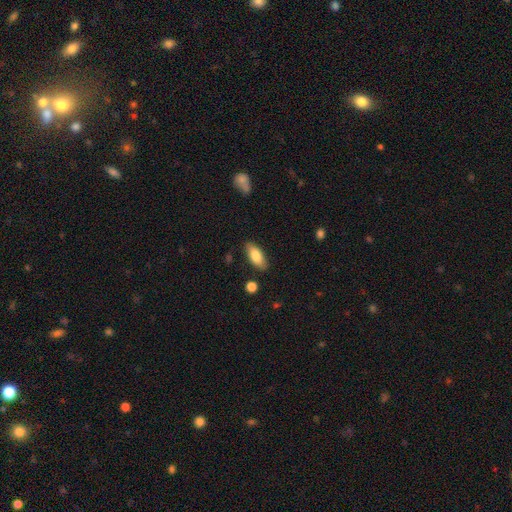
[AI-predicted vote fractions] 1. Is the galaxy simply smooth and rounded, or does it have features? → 81% smooth, 12% featured or disk, 6% star or artifact.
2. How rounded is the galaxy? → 83% in between, 15% cigar-shaped, 2% round.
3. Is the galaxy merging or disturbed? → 85% none, 11% minor disturbance, 2% major disturbance, 2% merger.